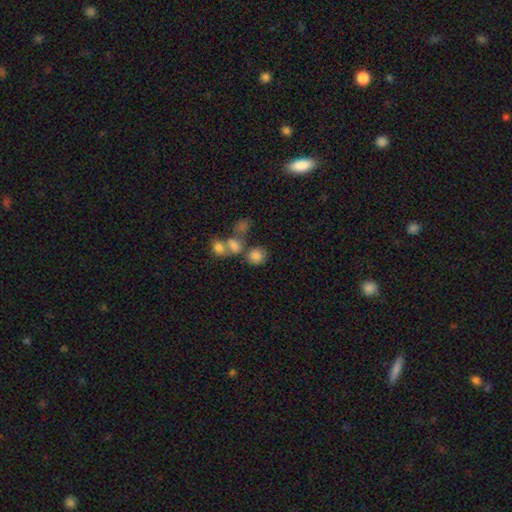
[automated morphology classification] The model was most divided on "merging": none: 44%, merger: 38%, minor disturbance: 11%, major disturbance: 7%. More confident: smooth or featured — smooth (78%); how rounded — round (71%).